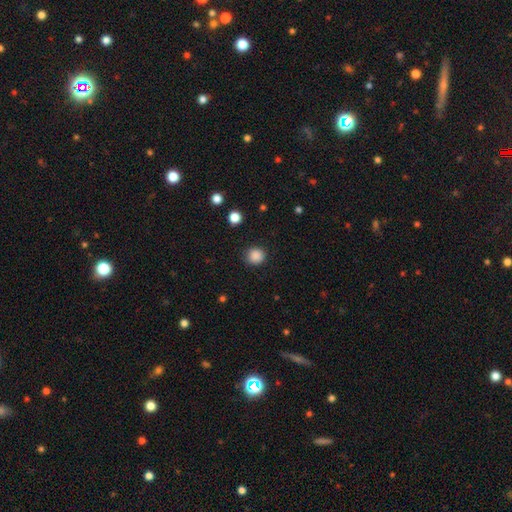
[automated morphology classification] smooth_or_featured: smooth (p=0.87) [alt: star or artifact p=0.11]
how_rounded: round (p=0.91) [alt: in between p=0.09]
merging: none (p=0.89) [alt: minor disturbance p=0.08]